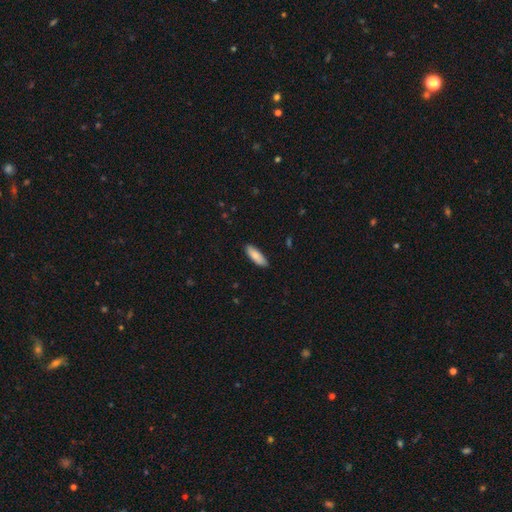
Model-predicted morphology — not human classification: A smooth galaxy with no disk features (83%) that is in between round and cigar-shaped (62%).

Vote fractions:
- Smooth or featured? smooth: 83% / featured or disk: 11% / star or artifact: 6%
- How rounded? in between: 62% / cigar-shaped: 36% / round: 2%
- Merging? none: 86% / minor disturbance: 11% / major disturbance: 2% / merger: 1%